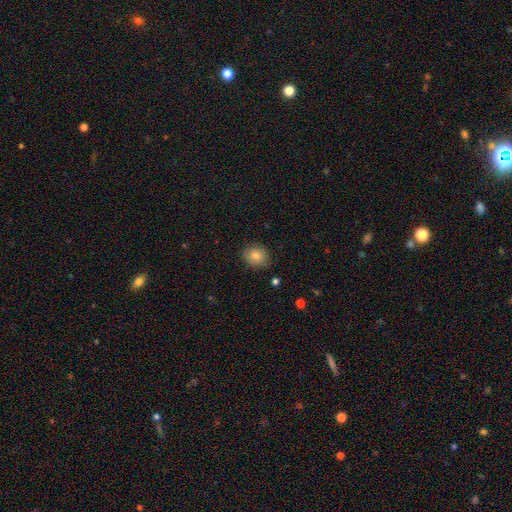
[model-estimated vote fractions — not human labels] This is clearly a smooth galaxy (82%). How rounded: likely round (61%). Merging: clearly none (83%).